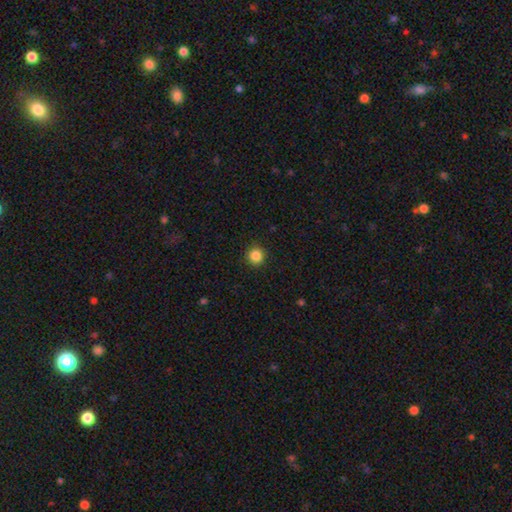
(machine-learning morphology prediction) Smooth or featured? smooth (86%)
How rounded? round (94%)
Merging? none (92%)